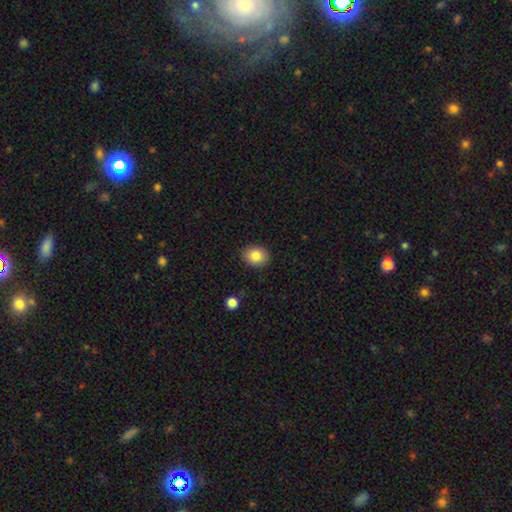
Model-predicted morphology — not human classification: A smooth galaxy with no disk features (84%) that is round (51%). Merging: none (89%).